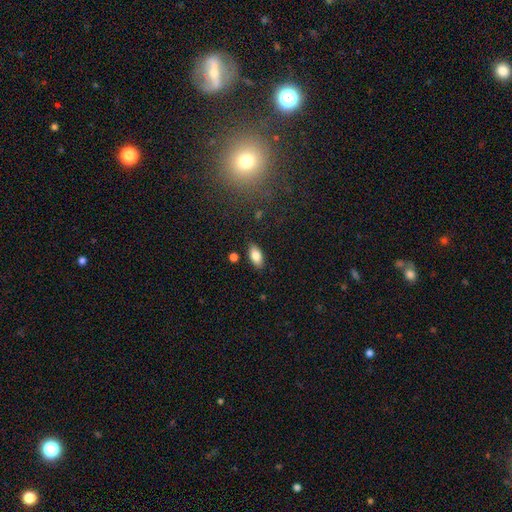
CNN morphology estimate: smooth-or-featured: smooth: 81% | featured or disk: 11% | star or artifact: 8%
  how-rounded: in between: 91% | cigar-shaped: 5% | round: 4%
  merging: none: 85% | minor disturbance: 10% | merger: 2% | major disturbance: 2%